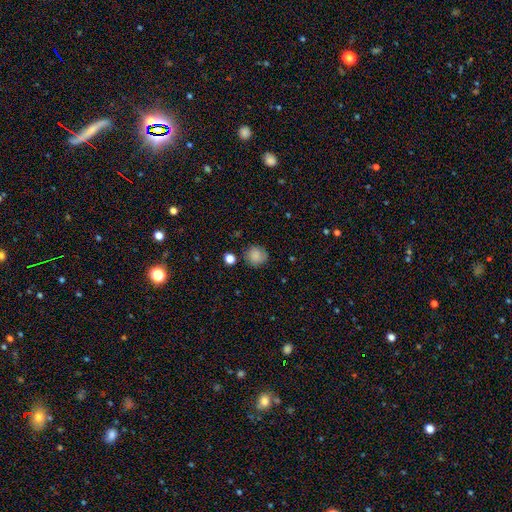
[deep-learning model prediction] Overall: smooth (82%). How rounded: round (89%). Merging: none (76%).